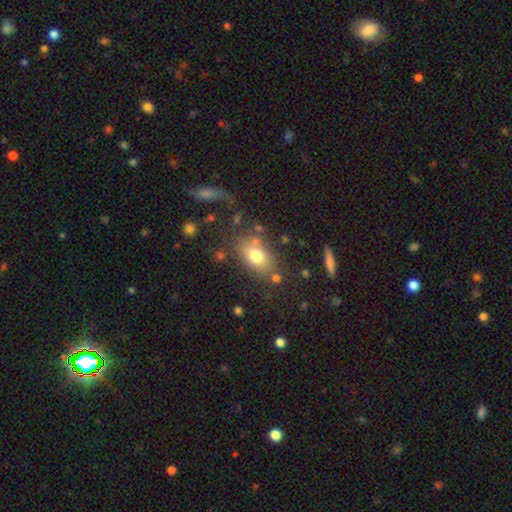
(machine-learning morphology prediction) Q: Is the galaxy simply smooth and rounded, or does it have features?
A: smooth — 75%.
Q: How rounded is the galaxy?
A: in between — 79%.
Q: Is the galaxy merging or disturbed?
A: none — 72%.